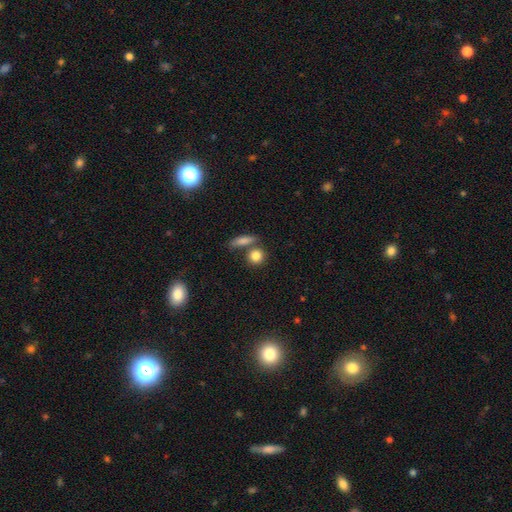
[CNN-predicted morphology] Overall: smooth (84%). How rounded: round (77%). Merging: none (66%).